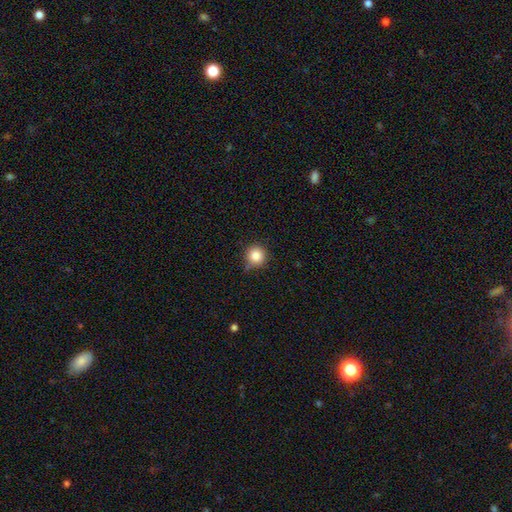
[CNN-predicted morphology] Smooth or featured? smooth (85%)
How rounded? round (94%)
Merging? none (79%)